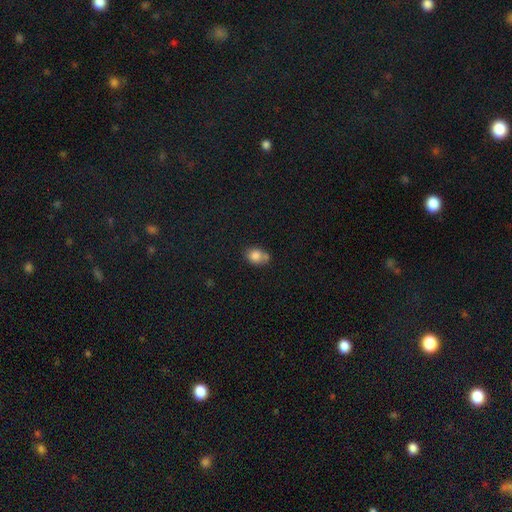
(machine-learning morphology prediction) Smooth or featured? smooth (81%)
How rounded? in between (52%)
Merging? none (44%)